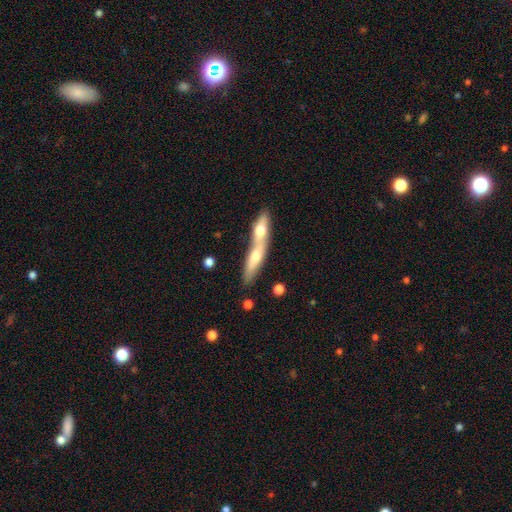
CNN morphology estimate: featured or disk 51%, smooth 42%, star or artifact 7%. Down the decision tree: edge-on disk — yes (71%); merging — merger (53%).